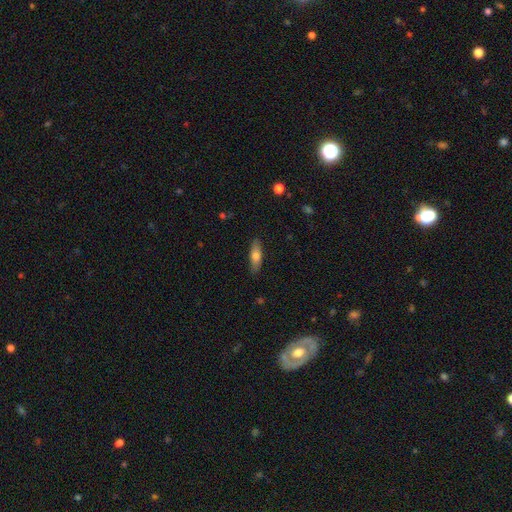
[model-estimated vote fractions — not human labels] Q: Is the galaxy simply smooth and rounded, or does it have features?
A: smooth — 68%.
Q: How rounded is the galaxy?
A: cigar-shaped — 52%.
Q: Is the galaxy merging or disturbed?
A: none — 87%.